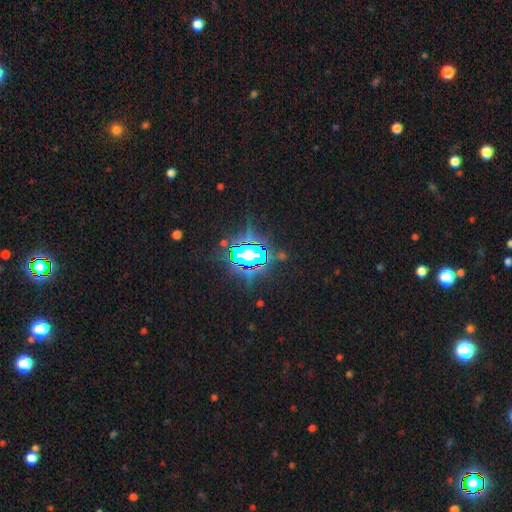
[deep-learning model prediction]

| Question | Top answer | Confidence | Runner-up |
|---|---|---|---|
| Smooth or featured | star or artifact | 71% | smooth (16%) |